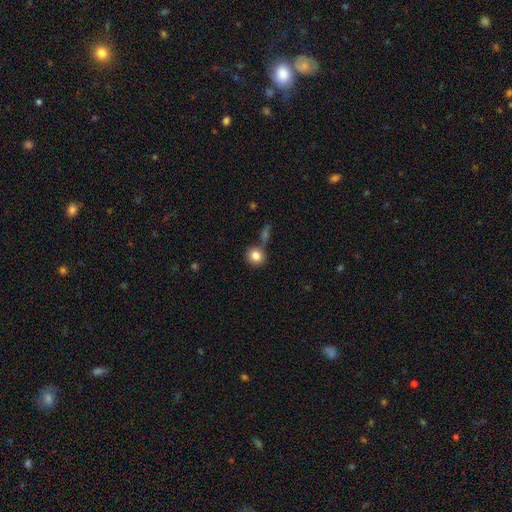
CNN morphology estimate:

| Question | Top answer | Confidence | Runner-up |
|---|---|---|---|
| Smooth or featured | smooth | 84% | star or artifact (9%) |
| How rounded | round | 85% | in between (13%) |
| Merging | none | 66% | merger (18%) |